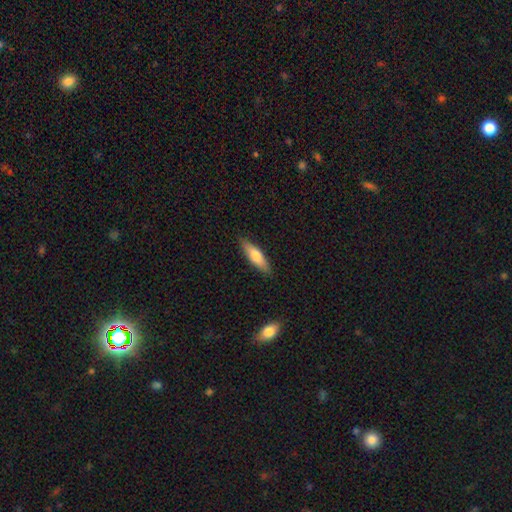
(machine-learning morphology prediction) Smooth or featured?
  - smooth: 70% *
  - featured or disk: 24%
  - star or artifact: 6%
How rounded?
  - cigar-shaped: 60% *
  - in between: 39%
  - round: 2%
Merging?
  - none: 88% *
  - minor disturbance: 9%
  - major disturbance: 2%
  - merger: 1%